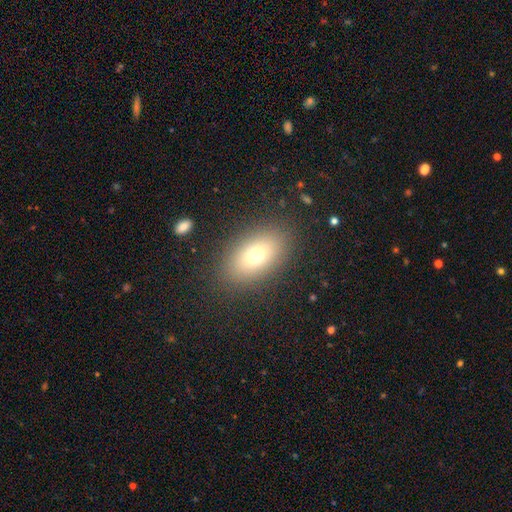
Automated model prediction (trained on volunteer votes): Smooth or featured?
  - smooth: 71% *
  - featured or disk: 16%
  - star or artifact: 12%
How rounded?
  - in between: 84% *
  - round: 13%
  - cigar-shaped: 2%
Merging?
  - none: 85% *
  - minor disturbance: 9%
  - major disturbance: 4%
  - merger: 1%